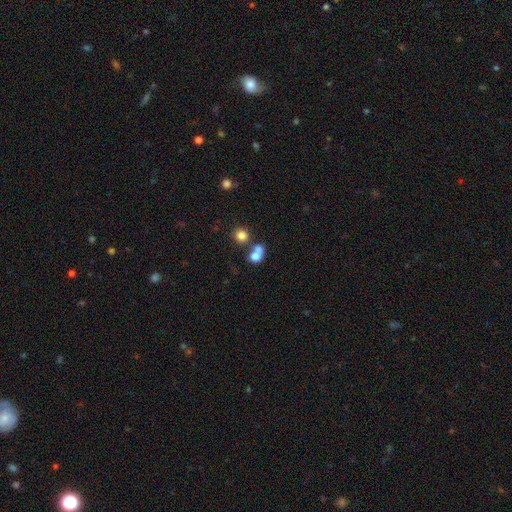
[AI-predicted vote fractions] smooth_or_featured: smooth (p=0.72) [alt: featured or disk p=0.16]
how_rounded: round (p=0.67) [alt: in between p=0.31]
merging: merger (p=0.57) [alt: none p=0.31]